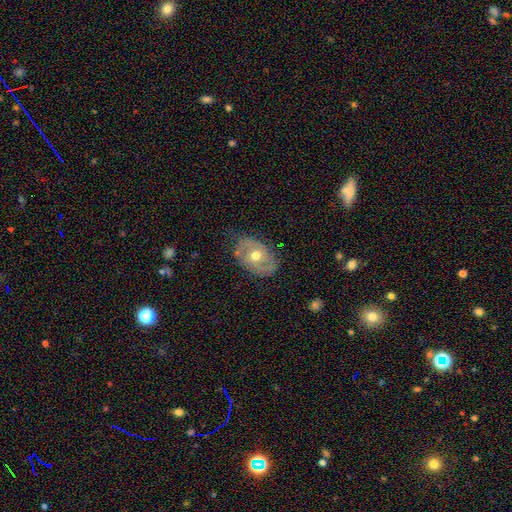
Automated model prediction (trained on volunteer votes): A featured or disk galaxy (65%) with no bar (75%), spiral arms (66%) and a moderate central bulge (78%). Merging: none (70%).